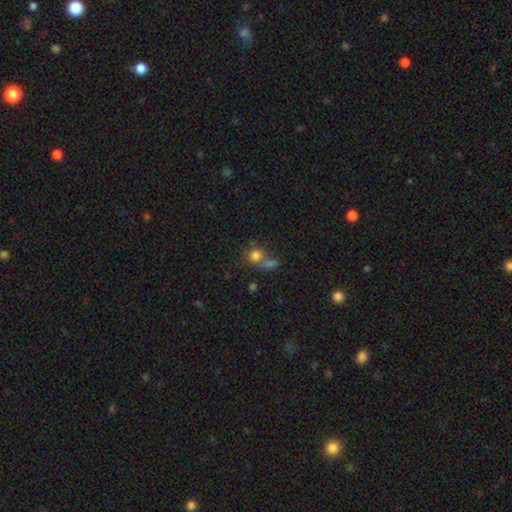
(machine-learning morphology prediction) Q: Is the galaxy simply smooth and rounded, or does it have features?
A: smooth — 77%.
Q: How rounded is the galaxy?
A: round — 78%.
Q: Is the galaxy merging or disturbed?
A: none — 44%.